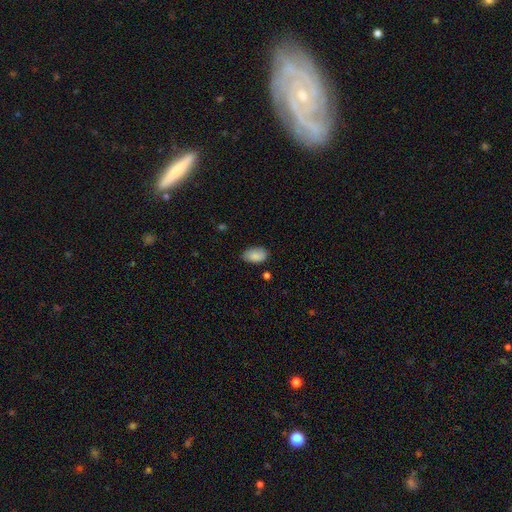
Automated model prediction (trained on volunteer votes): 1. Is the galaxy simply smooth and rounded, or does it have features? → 87% smooth, 7% star or artifact, 6% featured or disk.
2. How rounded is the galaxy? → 92% in between, 7% round, 1% cigar-shaped.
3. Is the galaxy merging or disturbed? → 72% none, 23% minor disturbance, 4% major disturbance, 2% merger.